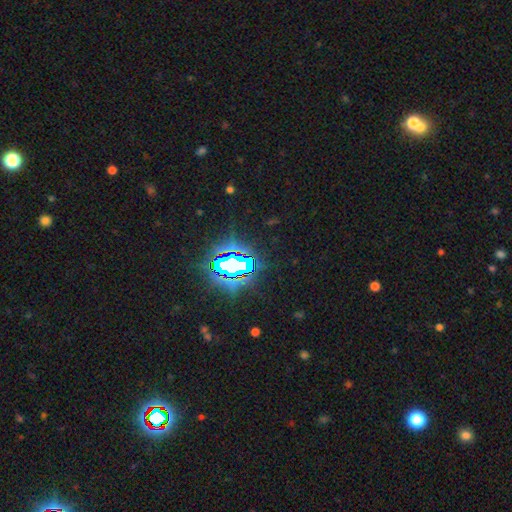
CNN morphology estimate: Q: Smooth or featured?
A: star or artifact (85%); runner-up: smooth (9%)